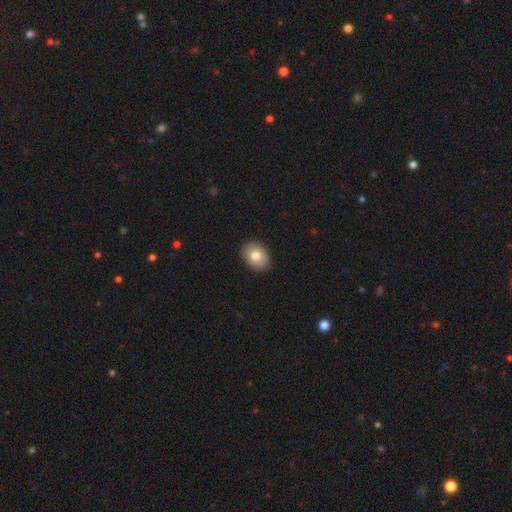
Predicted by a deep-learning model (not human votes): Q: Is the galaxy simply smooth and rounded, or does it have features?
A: smooth — 78%.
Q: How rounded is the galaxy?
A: in between — 59%.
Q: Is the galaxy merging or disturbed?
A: none — 90%.